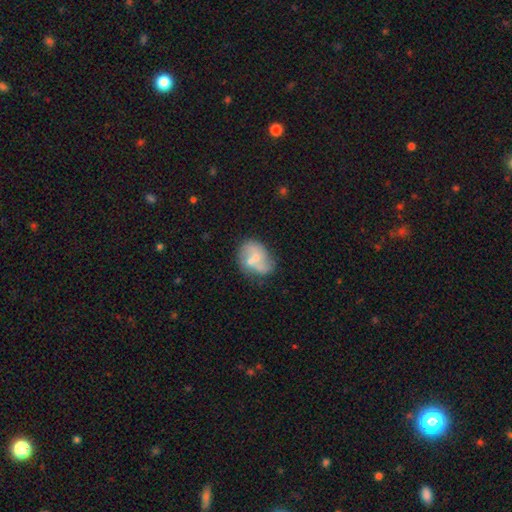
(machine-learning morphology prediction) Smooth or featured?
  - featured or disk: 55% *
  - smooth: 36%
  - star or artifact: 9%
Edge-on disk?
  - no: 97% *
  - yes: 3%
Bar?
  - no: 63% *
  - weak: 30%
  - strong: 7%
Spiral arms?
  - yes: 66% *
  - no: 34%
Bulge size?
  - small: 54% *
  - moderate: 33%
  - none: 9%
  - large: 2%
  - dominant: 1%
Merging?
  - none: 46% *
  - merger: 25%
  - minor disturbance: 20%
  - major disturbance: 9%